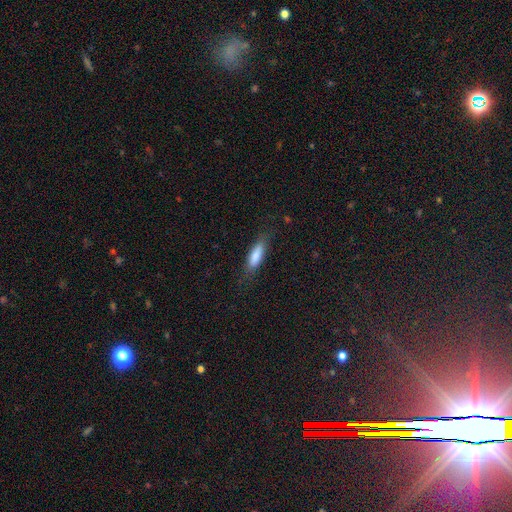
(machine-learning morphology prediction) Smooth or featured?
  - smooth: 81% *
  - featured or disk: 12%
  - star or artifact: 6%
How rounded?
  - cigar-shaped: 50% *
  - in between: 48%
  - round: 2%
Merging?
  - none: 78% *
  - minor disturbance: 16%
  - major disturbance: 5%
  - merger: 1%